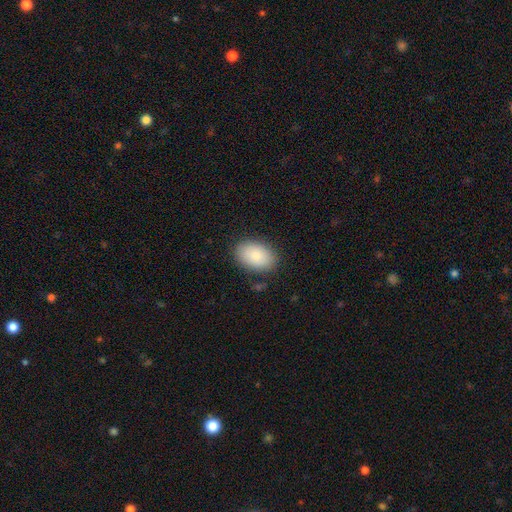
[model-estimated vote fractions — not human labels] This is clearly a smooth galaxy (85%). How rounded: clearly in between (87%). Merging: clearly none (85%).